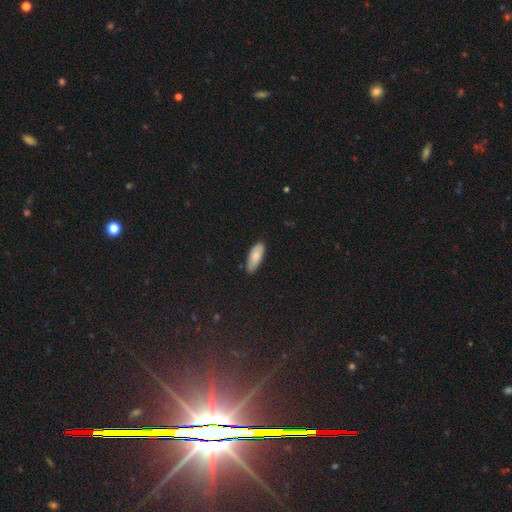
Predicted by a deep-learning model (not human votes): Smooth or featured? Predicted: smooth (p=0.81). How rounded? Predicted: in between (p=0.74). Merging? Predicted: none (p=0.81).